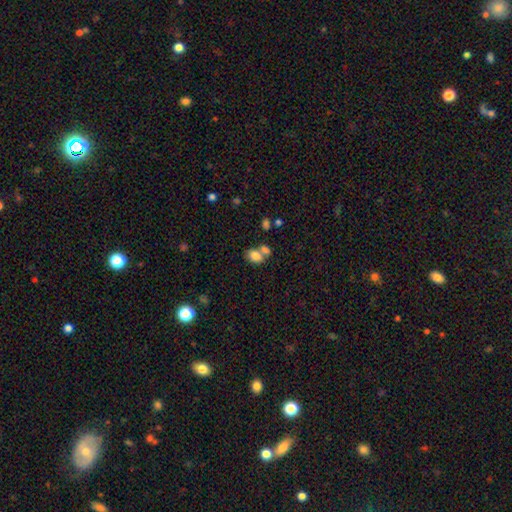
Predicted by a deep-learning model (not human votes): smooth-or-featured: smooth: 80% | featured or disk: 11% | star or artifact: 10%
  how-rounded: in between: 75% | round: 24% | cigar-shaped: 1%
  merging: merger: 43% | none: 41% | minor disturbance: 11% | major disturbance: 5%